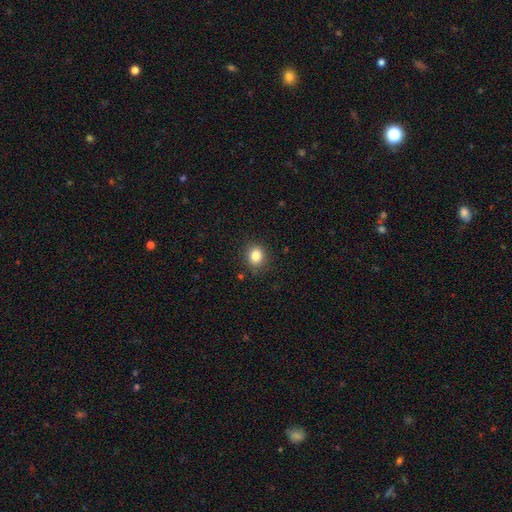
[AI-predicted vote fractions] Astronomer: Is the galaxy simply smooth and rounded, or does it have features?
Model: smooth — 83%.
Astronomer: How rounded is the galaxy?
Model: round — 69%.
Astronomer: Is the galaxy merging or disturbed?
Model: none — 87%.